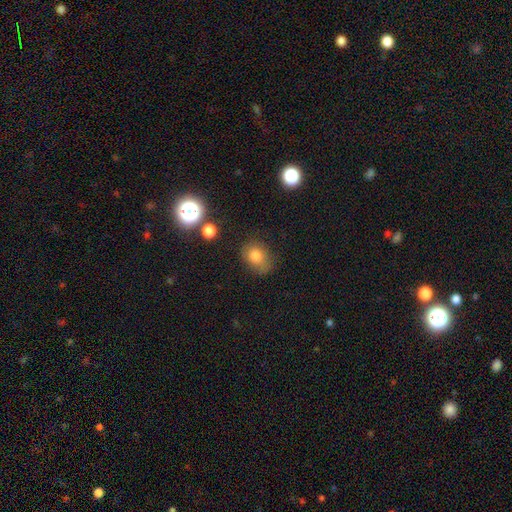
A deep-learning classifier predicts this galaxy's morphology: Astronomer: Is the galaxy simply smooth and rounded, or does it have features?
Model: smooth — 78%.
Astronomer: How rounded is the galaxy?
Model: in between — 58% (runner-up: round, 41%).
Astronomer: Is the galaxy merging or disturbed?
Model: none — 66%.